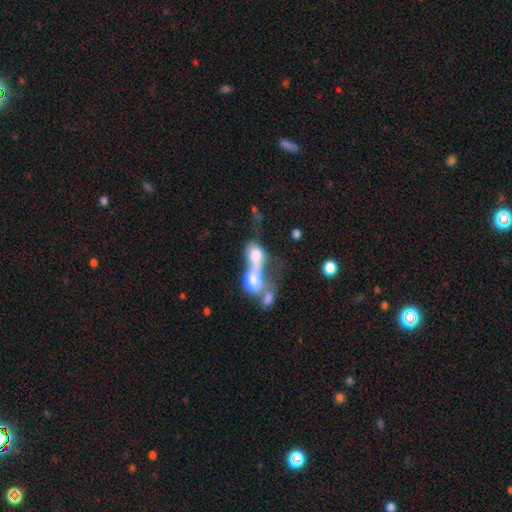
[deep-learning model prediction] Smooth or featured?
  - smooth: 65% *
  - featured or disk: 25%
  - star or artifact: 10%
How rounded?
  - in between: 56% *
  - round: 40%
  - cigar-shaped: 4%
Merging?
  - merger: 79% *
  - major disturbance: 9%
  - none: 8%
  - minor disturbance: 4%